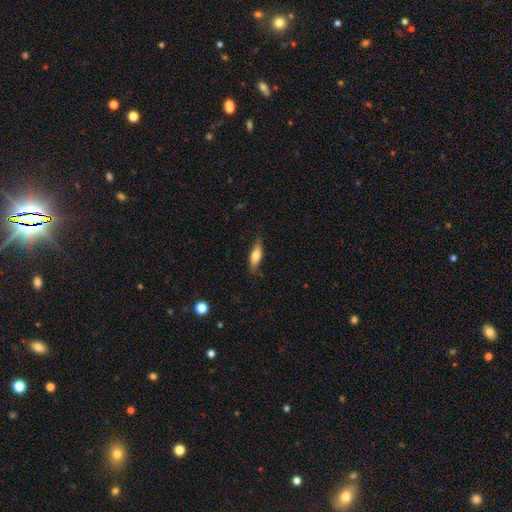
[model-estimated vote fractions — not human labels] smooth_or_featured: smooth (p=0.65) [alt: featured or disk p=0.29]
how_rounded: in between (p=0.53) [alt: cigar-shaped p=0.45]
merging: none (p=0.76) [alt: minor disturbance p=0.19]